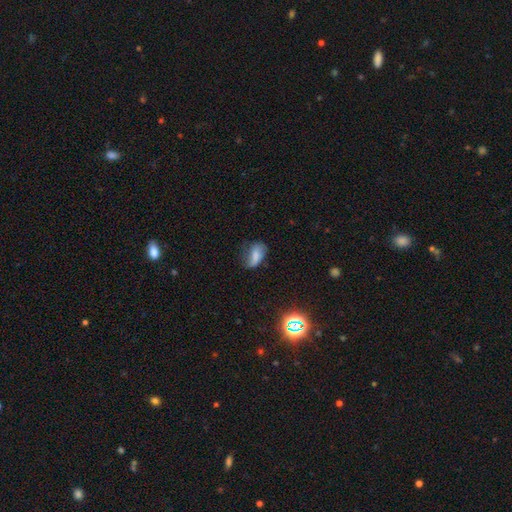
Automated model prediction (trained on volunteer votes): This appears to be a smooth galaxy with no disk features (64%) that is in between round and cigar-shaped (86%). Merging: none (44%).